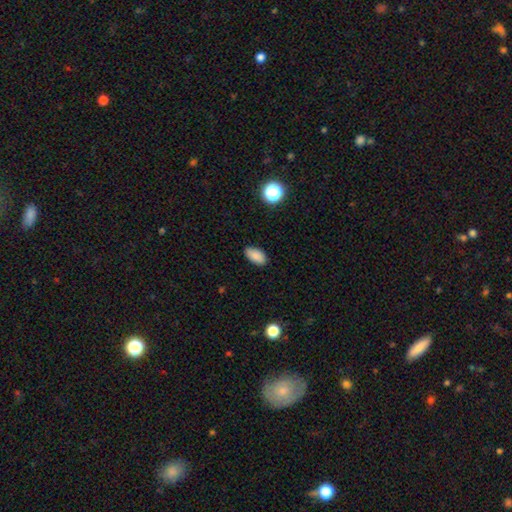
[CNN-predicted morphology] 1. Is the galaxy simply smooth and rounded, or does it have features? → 86% smooth, 9% star or artifact, 5% featured or disk.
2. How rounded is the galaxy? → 93% in between, 5% round, 3% cigar-shaped.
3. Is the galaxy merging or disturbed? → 86% none, 11% minor disturbance, 2% major disturbance, 1% merger.